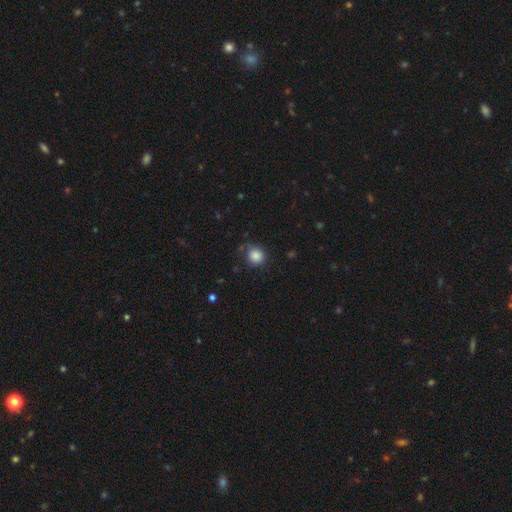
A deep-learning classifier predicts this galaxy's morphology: Smooth or featured?
  - smooth: 86% *
  - star or artifact: 10%
  - featured or disk: 4%
How rounded?
  - round: 89% *
  - in between: 10%
  - cigar-shaped: 1%
Merging?
  - none: 76% *
  - minor disturbance: 17%
  - major disturbance: 5%
  - merger: 2%